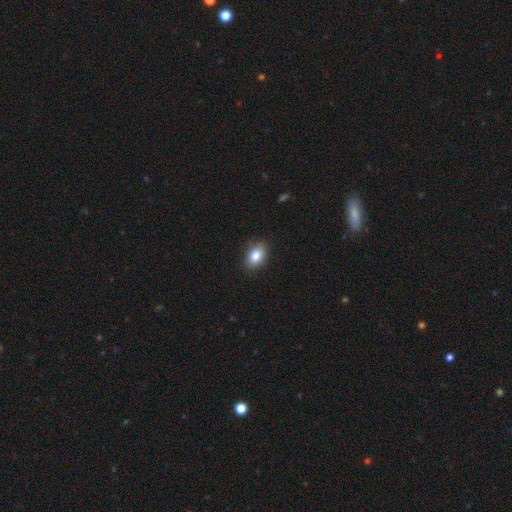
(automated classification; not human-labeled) smooth_or_featured: smooth (p=0.84) [alt: star or artifact p=0.08]
how_rounded: in between (p=0.84) [alt: round p=0.14]
merging: none (p=0.87) [alt: minor disturbance p=0.10]